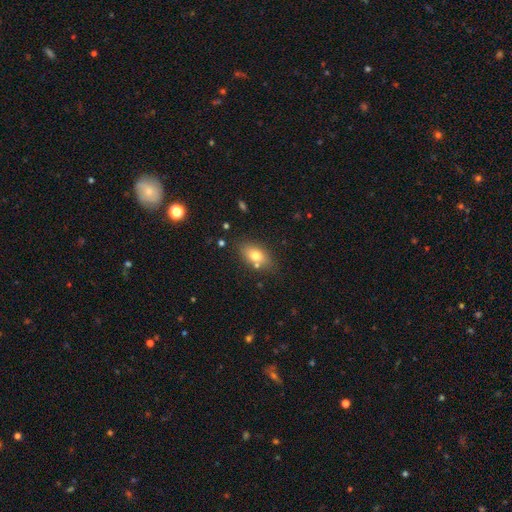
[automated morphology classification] Overall: smooth (74%). How rounded: in between (84%). Merging: none (75%).